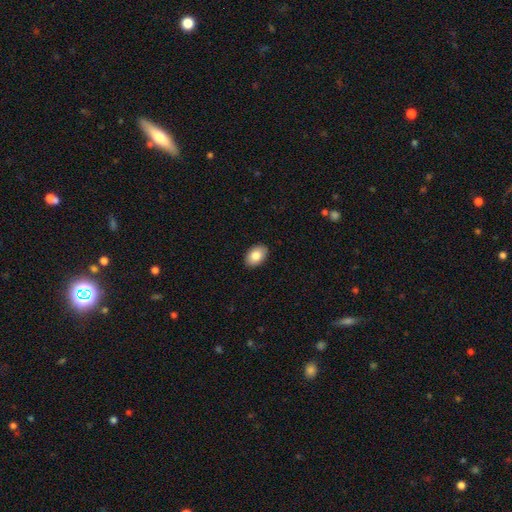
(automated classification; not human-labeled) smooth_or_featured: smooth (p=0.84) [alt: featured or disk p=0.09]
how_rounded: in between (p=0.88) [alt: round p=0.11]
merging: none (p=0.90) [alt: minor disturbance p=0.07]